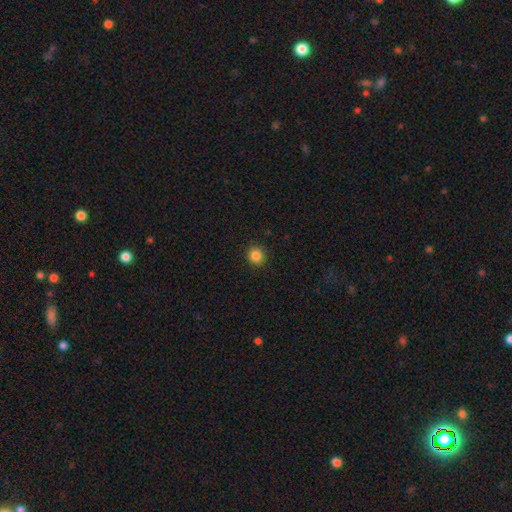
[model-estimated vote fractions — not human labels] A smooth galaxy with no disk features (85%) that is round (92%).

Vote fractions:
- Smooth or featured? smooth: 85% / star or artifact: 11% / featured or disk: 4%
- How rounded? round: 92% / in between: 7% / cigar-shaped: 1%
- Merging? none: 90% / minor disturbance: 7% / major disturbance: 2% / merger: 1%